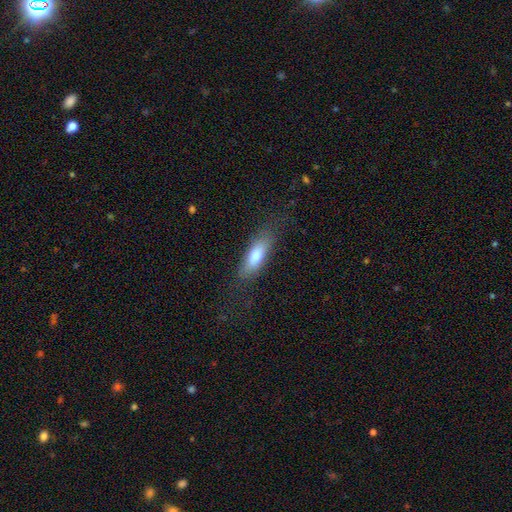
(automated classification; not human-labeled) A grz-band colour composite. It shows a smooth galaxy with no disk features (74%) that is in between round and cigar-shaped (56%). Merging: none (77%).